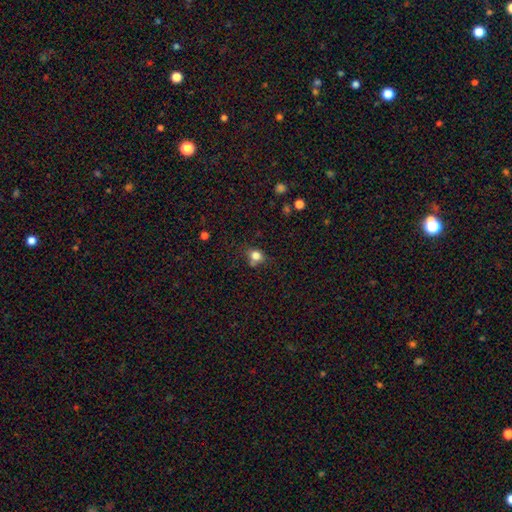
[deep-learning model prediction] Smooth or featured? Predicted: smooth (p=0.78). How rounded? Predicted: round (p=0.64). Merging? Predicted: none (p=0.57).